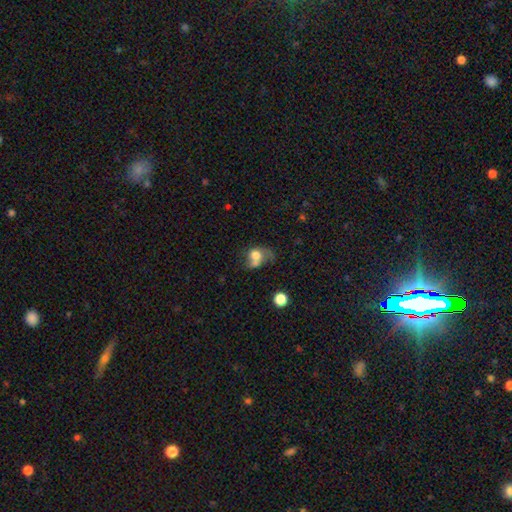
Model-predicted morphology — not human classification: A smooth galaxy with no disk features (66%) that is round (60%).

Vote fractions:
- Smooth or featured? smooth: 66% / featured or disk: 24% / star or artifact: 11%
- How rounded? round: 60% / in between: 39% / cigar-shaped: 1%
- Merging? merger: 45% / none: 22% / major disturbance: 19% / minor disturbance: 14%